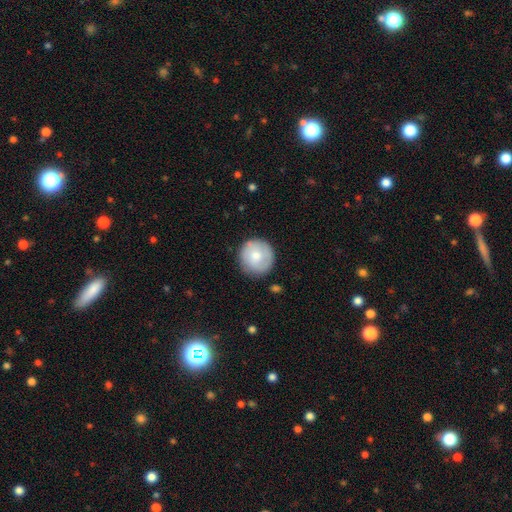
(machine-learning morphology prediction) smooth 65%, featured or disk 29%, star or artifact 6%. Down the decision tree: how rounded — round (94%); merging — none (83%).